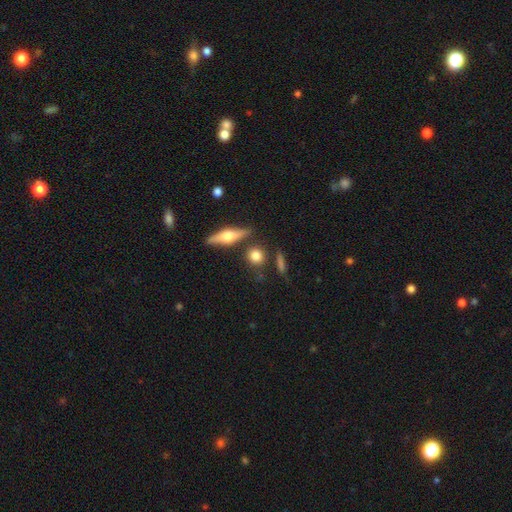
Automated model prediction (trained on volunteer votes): Smooth or featured? Predicted: smooth (p=0.75). How rounded? Predicted: round (p=0.76). Merging? Predicted: none (p=0.77).